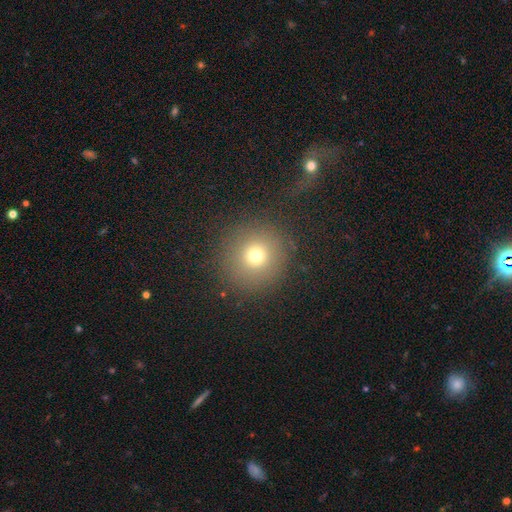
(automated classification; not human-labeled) Overall: smooth (70%). How rounded: round (94%). Merging: none (87%).